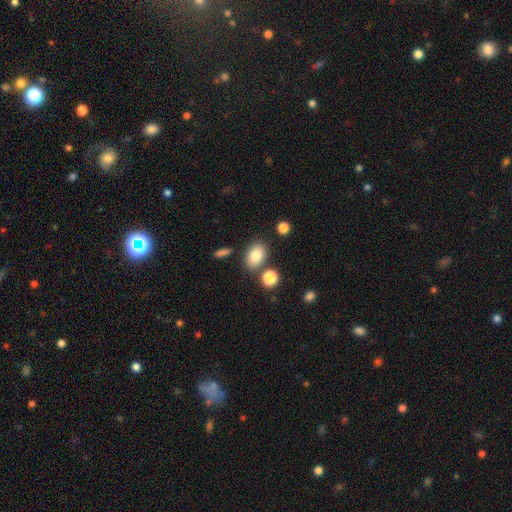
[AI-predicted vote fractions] Morphology: type=smooth (81%); roundness=in between (81%); merging=none (77%).